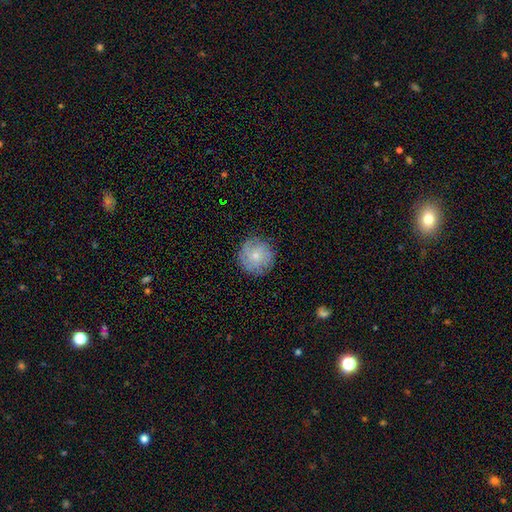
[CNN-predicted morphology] Q: Smooth or featured?
A: smooth (51%); runner-up: featured or disk (40%)
Q: How rounded?
A: round (93%); runner-up: in between (6%)
Q: Merging?
A: none (83%); runner-up: minor disturbance (12%)